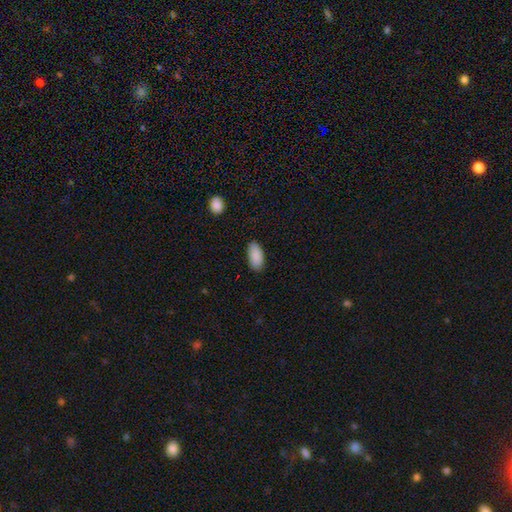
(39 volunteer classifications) This appears to be a smooth galaxy with no disk features (90%) that is in between round and cigar-shaped (91%). Merging: none (87%).